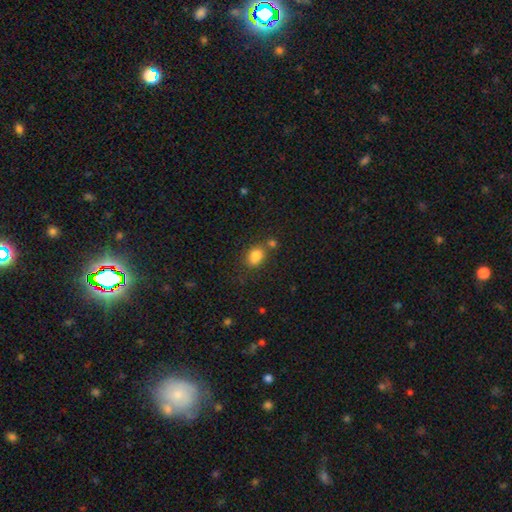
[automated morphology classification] Q: Smooth or featured?
A: smooth (83%); runner-up: star or artifact (10%)
Q: How rounded?
A: in between (64%); runner-up: round (35%)
Q: Merging?
A: none (60%); runner-up: merger (20%)